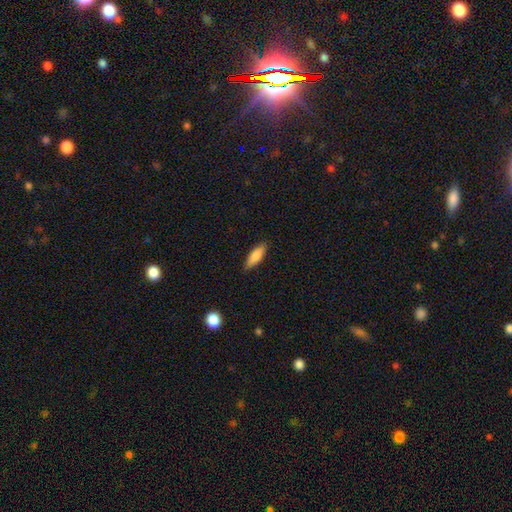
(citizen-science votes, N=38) Overall: smooth (87%). How rounded: in between (61%; cigar-shaped 36%). Merging: none (83%).